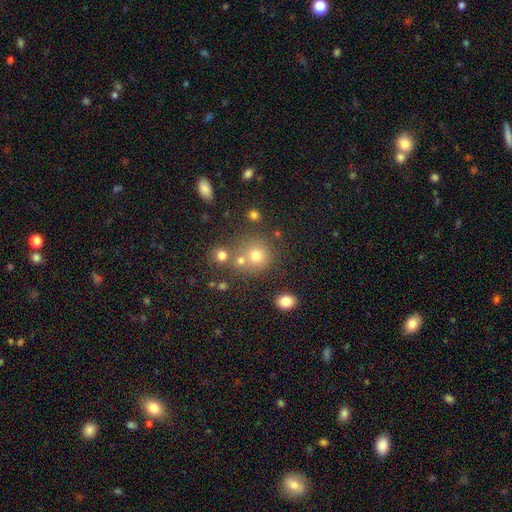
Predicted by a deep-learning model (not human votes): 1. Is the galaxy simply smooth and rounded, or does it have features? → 71% smooth, 18% star or artifact, 11% featured or disk.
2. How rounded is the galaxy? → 88% round, 11% in between, 1% cigar-shaped.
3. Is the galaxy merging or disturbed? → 63% none, 23% merger, 10% minor disturbance, 4% major disturbance.